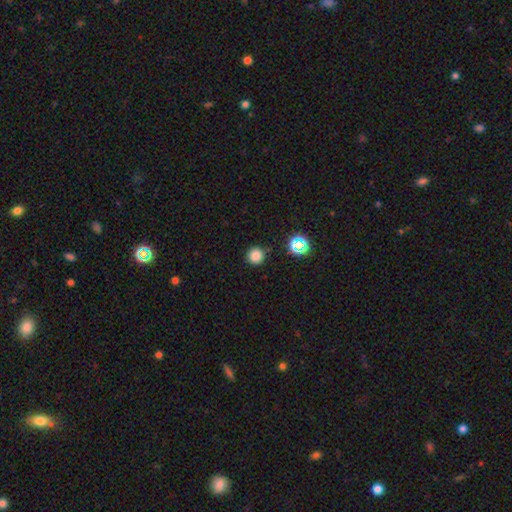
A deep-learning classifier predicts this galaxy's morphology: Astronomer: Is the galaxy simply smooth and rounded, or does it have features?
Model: smooth — 78%.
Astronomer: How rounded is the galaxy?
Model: round — 95%.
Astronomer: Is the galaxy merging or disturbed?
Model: none — 90%.